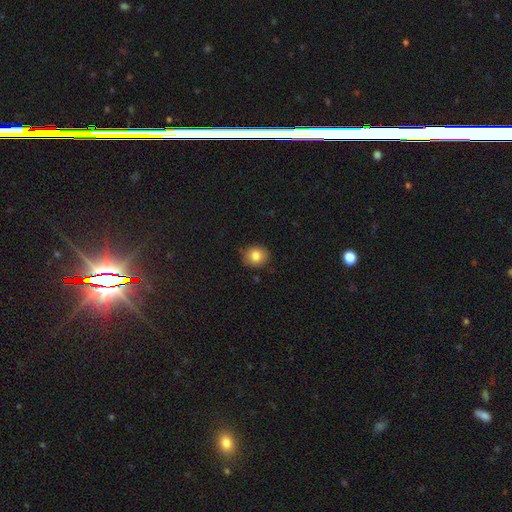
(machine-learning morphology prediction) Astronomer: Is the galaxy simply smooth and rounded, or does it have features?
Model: smooth — 83%.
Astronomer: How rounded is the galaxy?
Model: round — 72%.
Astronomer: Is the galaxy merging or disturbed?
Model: none — 83%.